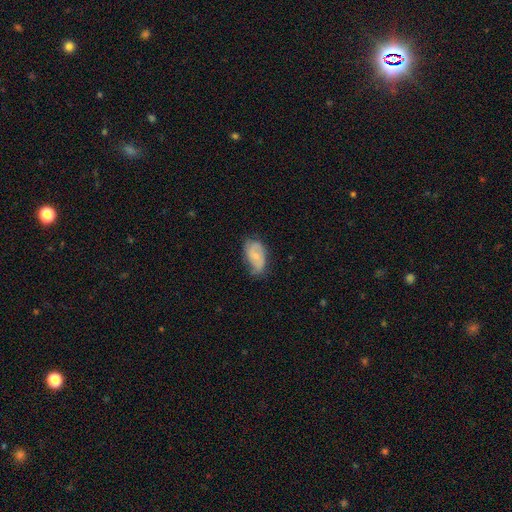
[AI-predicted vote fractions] Overall: smooth (49%; featured or disk 43%). Merging: none (53%; minor disturbance 35%).